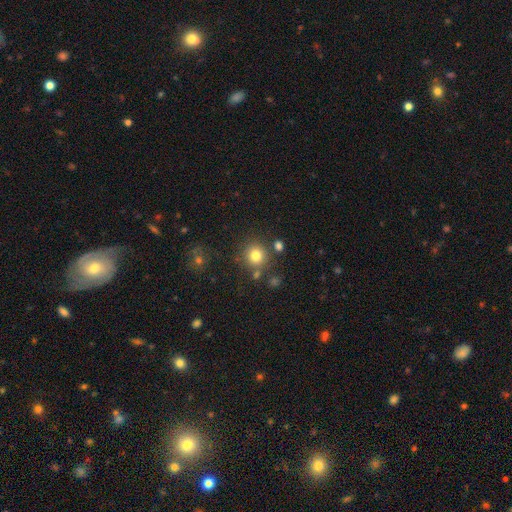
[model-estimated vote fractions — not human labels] A smooth galaxy with no disk features (79%) that is round (91%).

Vote fractions:
- Smooth or featured? smooth: 79% / star or artifact: 14% / featured or disk: 7%
- How rounded? round: 91% / in between: 8% / cigar-shaped: 1%
- Merging? none: 80% / minor disturbance: 9% / merger: 8% / major disturbance: 4%